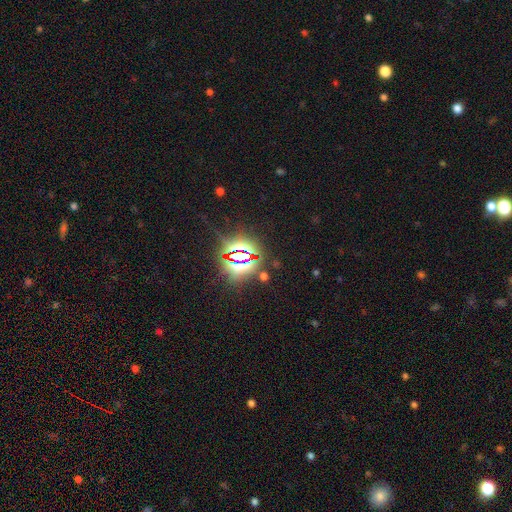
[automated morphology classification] smooth-or-featured: star or artifact: 84% | smooth: 9% | featured or disk: 7%